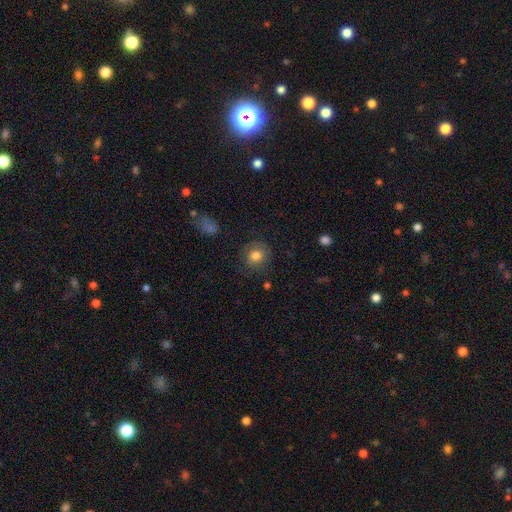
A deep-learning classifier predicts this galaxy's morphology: Smooth or featured: smooth — 77% (featured or disk — 13%)
How rounded: round — 86% (in between — 13%)
Merging: none — 80% (minor disturbance — 14%)